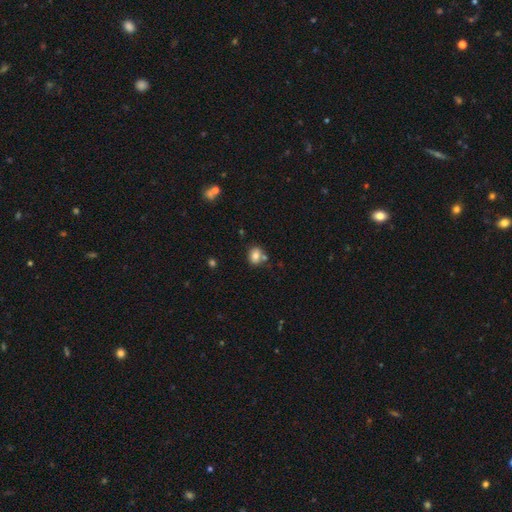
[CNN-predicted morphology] Q: Smooth or featured?
A: smooth (77%); runner-up: featured or disk (12%)
Q: How rounded?
A: round (52%); runner-up: in between (47%)
Q: Merging?
A: none (62%); runner-up: merger (20%)